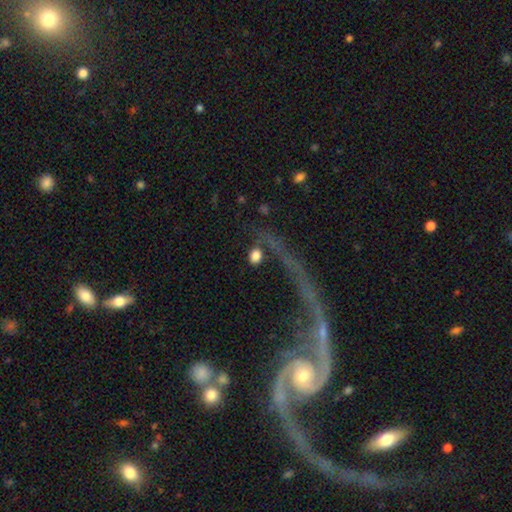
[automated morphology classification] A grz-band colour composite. It shows a smooth galaxy with no disk features (79%) that is round (54%). Merging: none (69%).